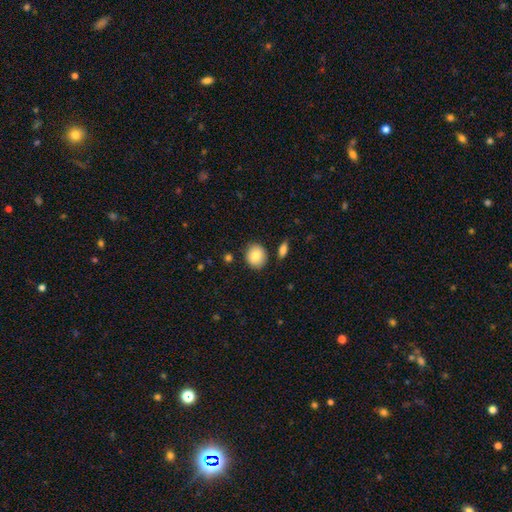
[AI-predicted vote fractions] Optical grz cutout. It shows a smooth galaxy with no disk features (85%) that is round (79%). Merging: none (85%).